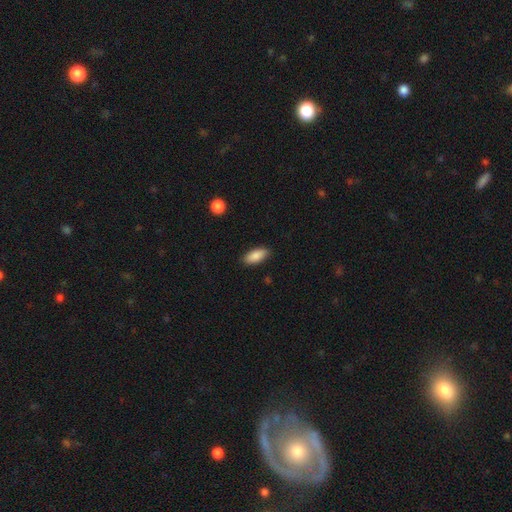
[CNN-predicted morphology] type=smooth (88%); roundness=in between (87%); merging=none (88%).